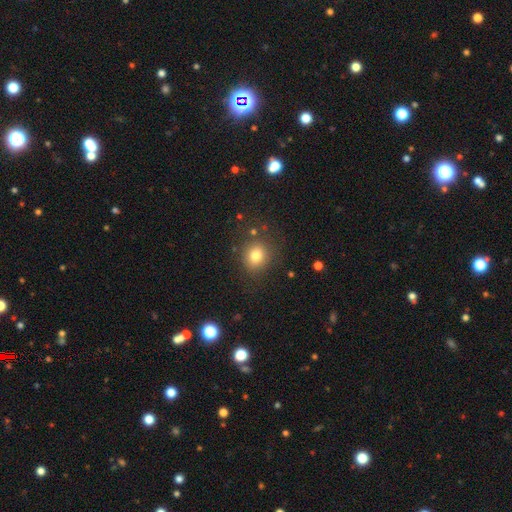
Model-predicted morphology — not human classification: smooth-or-featured: smooth: 78% | star or artifact: 13% | featured or disk: 9%
  how-rounded: round: 77% | in between: 22% | cigar-shaped: 1%
  merging: none: 82% | minor disturbance: 11% | major disturbance: 5% | merger: 3%